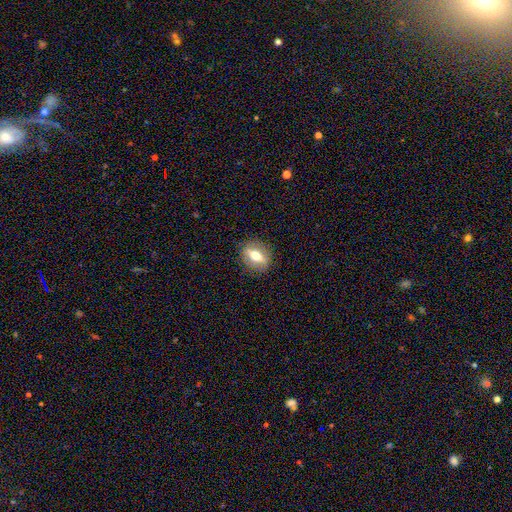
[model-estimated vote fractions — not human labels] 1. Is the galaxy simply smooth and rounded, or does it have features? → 47% featured or disk, 45% smooth, 8% star or artifact.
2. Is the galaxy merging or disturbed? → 86% none, 10% minor disturbance, 3% major disturbance, 1% merger.